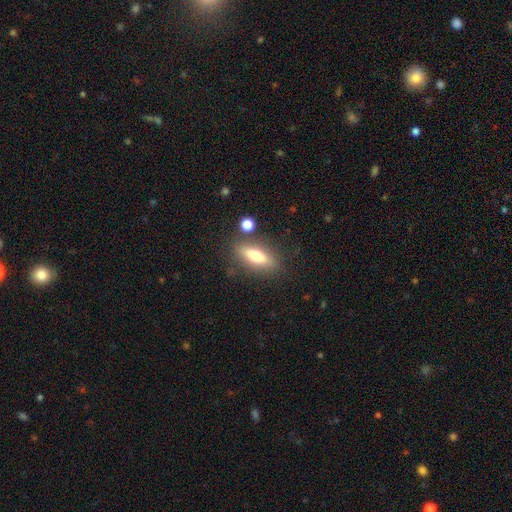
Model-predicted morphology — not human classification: The model was most divided on "how rounded": in between: 56%, cigar-shaped: 41%, round: 4%. More confident: merging — none (79%); smooth or featured — smooth (61%).